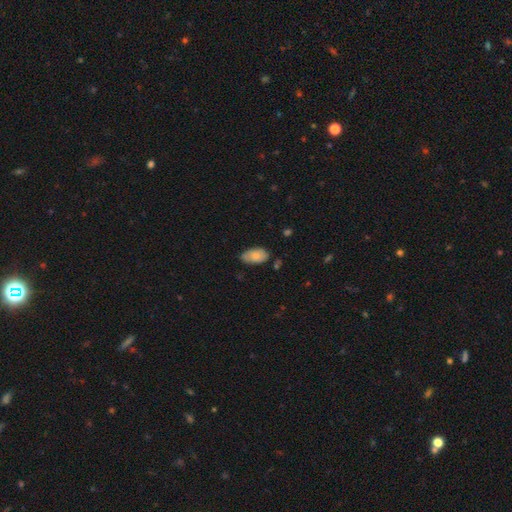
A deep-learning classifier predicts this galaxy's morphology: Overall: smooth (79%). How rounded: in between (94%). Merging: none (72%).